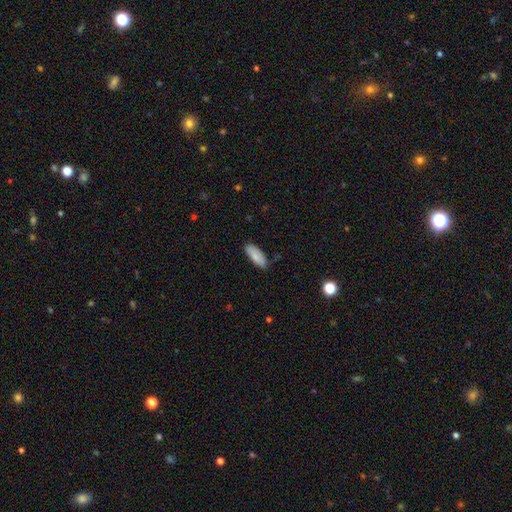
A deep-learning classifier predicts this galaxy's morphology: type=smooth (83%); roundness=in between (75%); merging=none (80%).